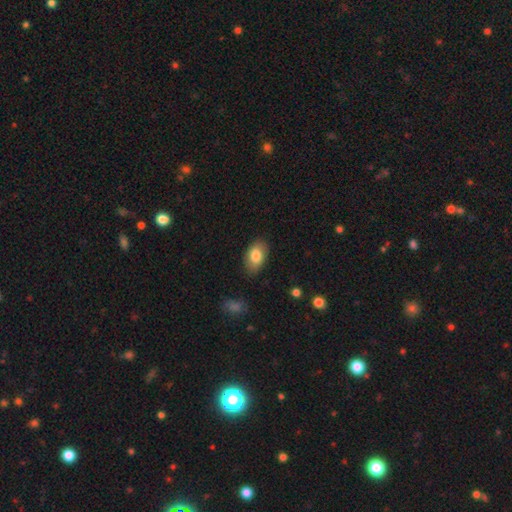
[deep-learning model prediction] This is clearly a smooth galaxy (83%). How rounded: clearly in between (92%). Merging: clearly none (83%).